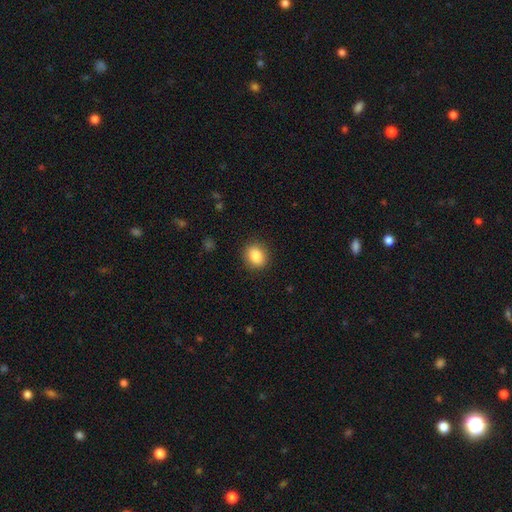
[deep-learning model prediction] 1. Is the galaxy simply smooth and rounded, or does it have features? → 86% smooth, 8% star or artifact, 5% featured or disk.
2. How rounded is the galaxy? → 57% round, 42% in between, 1% cigar-shaped.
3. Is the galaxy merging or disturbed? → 88% none, 9% minor disturbance, 3% major disturbance, 1% merger.